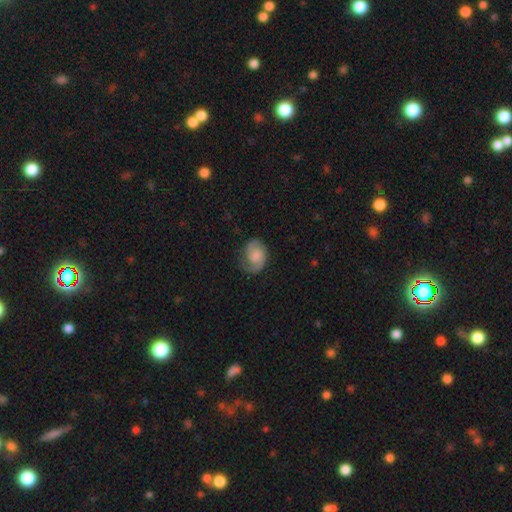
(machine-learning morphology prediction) smooth_or_featured: featured or disk (p=0.61) [alt: smooth p=0.32]
disk_edge_on: no (p=0.98) [alt: yes p=0.02]
bar: no (p=0.57) [alt: weak p=0.37]
has_spiral_arms: yes (p=0.92) [alt: no p=0.08]
spiral_winding: medium (p=0.46) [alt: tight p=0.32]
spiral_arm_count: 2 (p=0.74) [alt: 1 p=0.15]
bulge_size: none (p=0.37) [alt: moderate p=0.24]
merging: none (p=0.68) [alt: minor disturbance p=0.21]